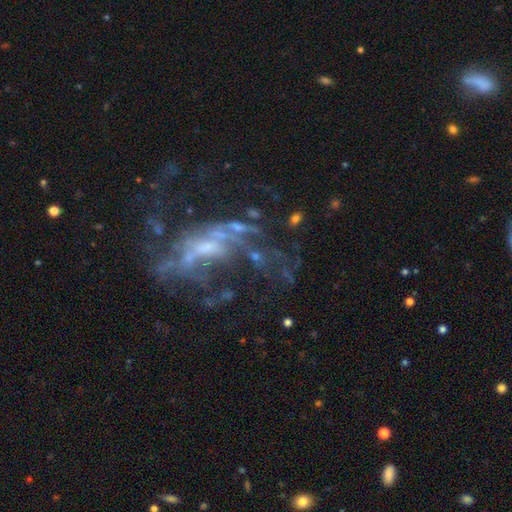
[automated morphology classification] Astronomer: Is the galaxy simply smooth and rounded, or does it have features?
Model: featured or disk — 59%.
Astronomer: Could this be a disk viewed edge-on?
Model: no — 92%.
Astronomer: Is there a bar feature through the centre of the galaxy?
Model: no — 63%.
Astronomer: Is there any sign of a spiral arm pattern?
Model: no — 52% (runner-up: yes, 48%).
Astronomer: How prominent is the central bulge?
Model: small — 32% (runner-up: none, 31%).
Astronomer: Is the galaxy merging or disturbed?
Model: none — 35% (runner-up: major disturbance, 34%).